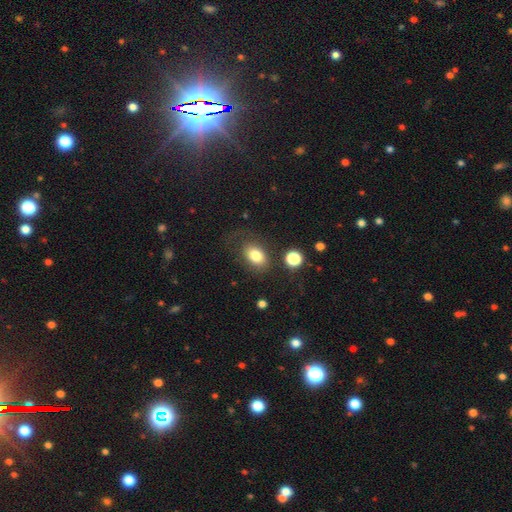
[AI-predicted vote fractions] This is likely a smooth galaxy (80%). How rounded: likely in between (79%). Merging: likely none (69%).